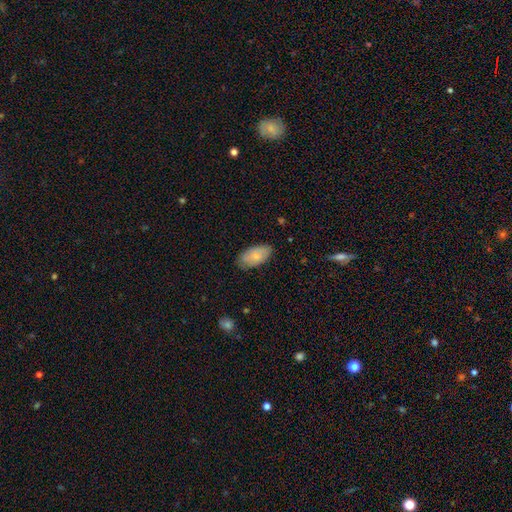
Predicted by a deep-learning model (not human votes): Smooth or featured? Predicted: smooth (p=0.75). How rounded? Predicted: in between (p=0.94). Merging? Predicted: none (p=0.77).